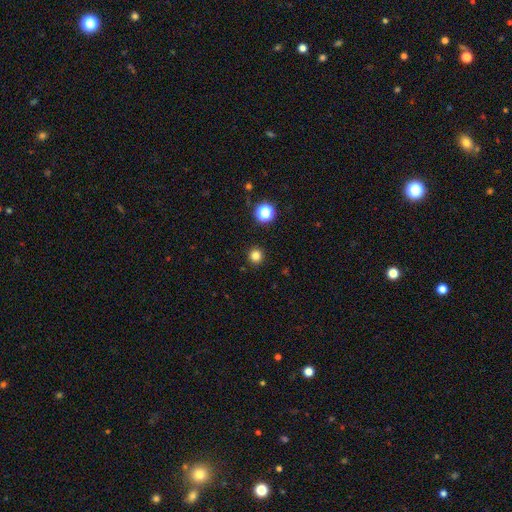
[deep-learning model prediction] smooth-or-featured: smooth: 81% | star or artifact: 15% | featured or disk: 4%
  how-rounded: round: 95% | in between: 4% | cigar-shaped: 1%
  merging: none: 92% | minor disturbance: 5% | major disturbance: 2% | merger: 1%